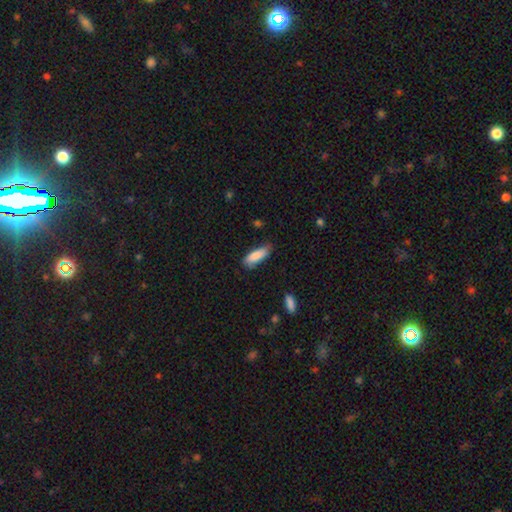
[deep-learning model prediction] smooth_or_featured: smooth (p=0.84) [alt: featured or disk p=0.10]
how_rounded: in between (p=0.59) [alt: cigar-shaped p=0.40]
merging: none (p=0.64) [alt: minor disturbance p=0.29]